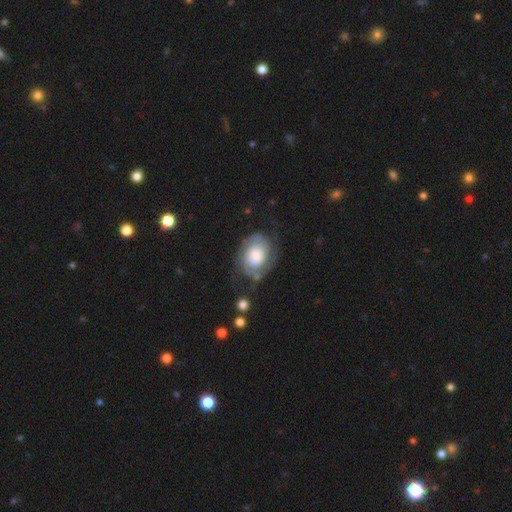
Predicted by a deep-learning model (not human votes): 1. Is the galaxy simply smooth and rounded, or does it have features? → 63% featured or disk, 30% smooth, 7% star or artifact.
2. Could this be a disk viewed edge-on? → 97% no, 3% yes.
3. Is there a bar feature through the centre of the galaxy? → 74% no, 21% weak, 4% strong.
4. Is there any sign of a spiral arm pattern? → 85% yes, 15% no.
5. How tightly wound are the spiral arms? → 53% tight, 34% medium, 13% loose.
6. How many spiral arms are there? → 68% 2, 19% can't tell, 5% 1, 4% 3, 2% 4, 2% more than 4.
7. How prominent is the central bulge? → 39% large, 25% moderate, 19% small, 10% dominant, 7% none.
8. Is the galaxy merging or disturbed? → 60% none, 23% minor disturbance, 14% major disturbance, 3% merger.